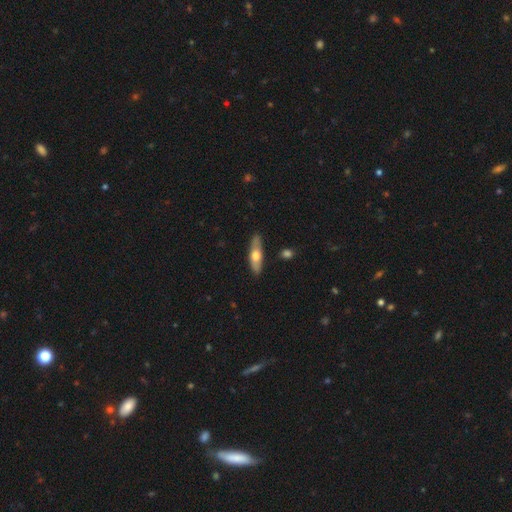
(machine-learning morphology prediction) Overall: smooth (52%; featured or disk 42%). How rounded: cigar-shaped (55%; in between 42%). Merging: none (85%).